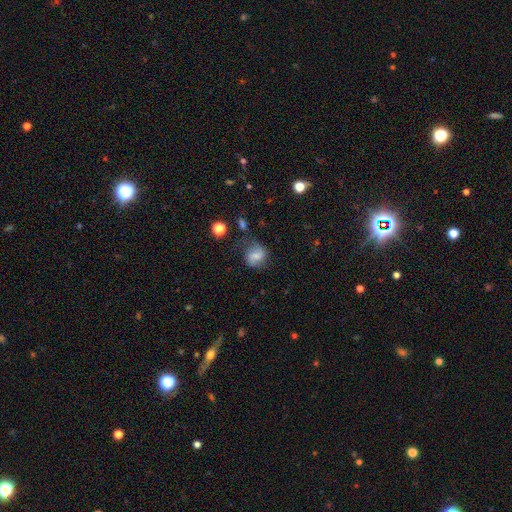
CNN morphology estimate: Smooth or featured: smooth — 49% (featured or disk — 40%)
Merging: none — 55% (minor disturbance — 25%)